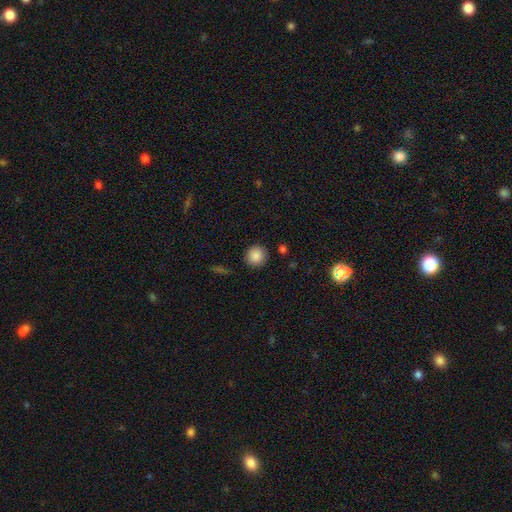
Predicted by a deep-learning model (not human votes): Smooth or featured?
  - smooth: 87% *
  - star or artifact: 9%
  - featured or disk: 4%
How rounded?
  - round: 94% *
  - in between: 5%
  - cigar-shaped: 1%
Merging?
  - none: 91% *
  - minor disturbance: 6%
  - major disturbance: 2%
  - merger: 2%